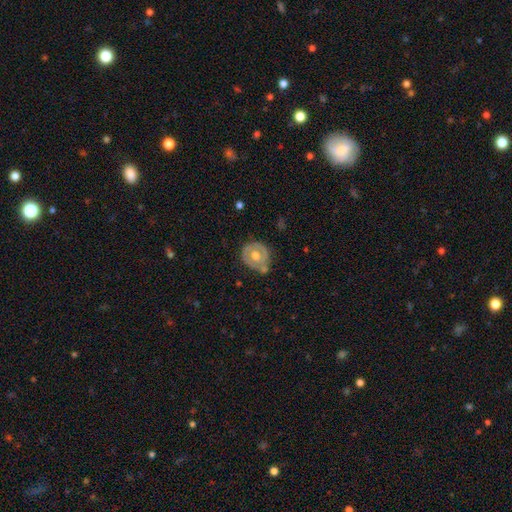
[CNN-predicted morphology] Smooth or featured? Predicted: featured or disk (p=0.57). Edge-on disk? Predicted: no (p=0.95). Bar? Predicted: no (p=0.84). Spiral arms? Predicted: no (p=0.72). Bulge size? Predicted: moderate (p=0.74). Merging? Predicted: none (p=0.68).